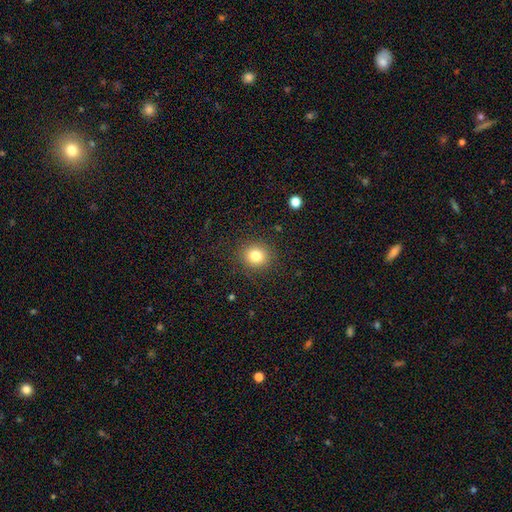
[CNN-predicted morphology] smooth 81%, star or artifact 12%, featured or disk 7%. Down the decision tree: how rounded — round (82%); merging — none (89%).